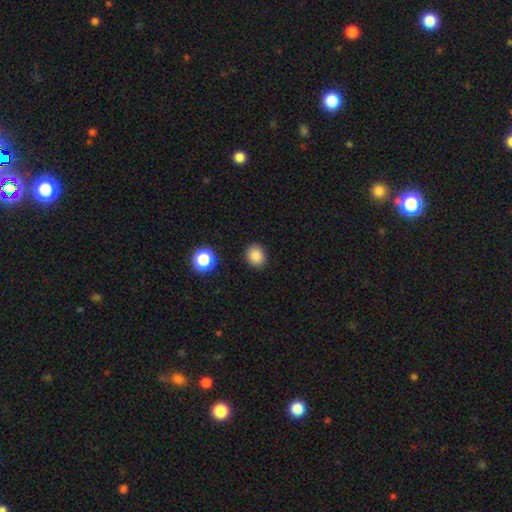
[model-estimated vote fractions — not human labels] Q: Smooth or featured?
A: smooth (85%); runner-up: star or artifact (11%)
Q: How rounded?
A: round (68%); runner-up: in between (31%)
Q: Merging?
A: none (89%); runner-up: minor disturbance (7%)